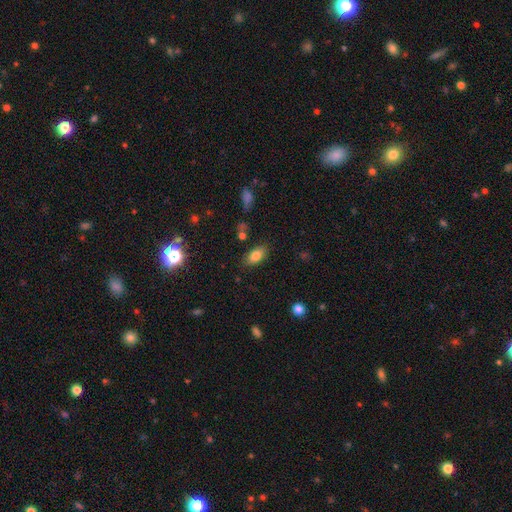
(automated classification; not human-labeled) This is clearly a smooth galaxy (80%). How rounded: clearly in between (89%). Merging: clearly none (82%).